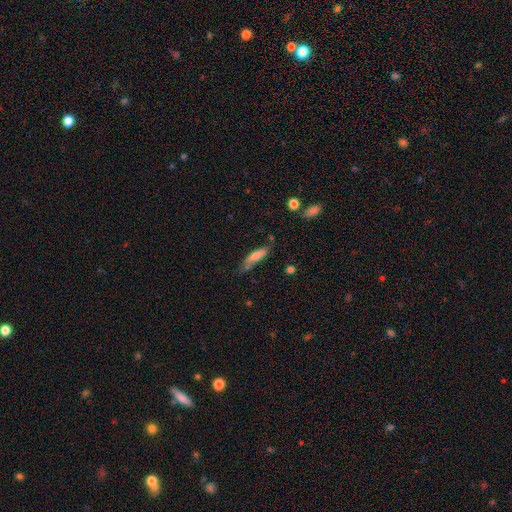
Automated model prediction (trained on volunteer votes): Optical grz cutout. It shows a smooth galaxy with no disk features (69%) that is cigar-shaped (67%). Merging: none (54%).